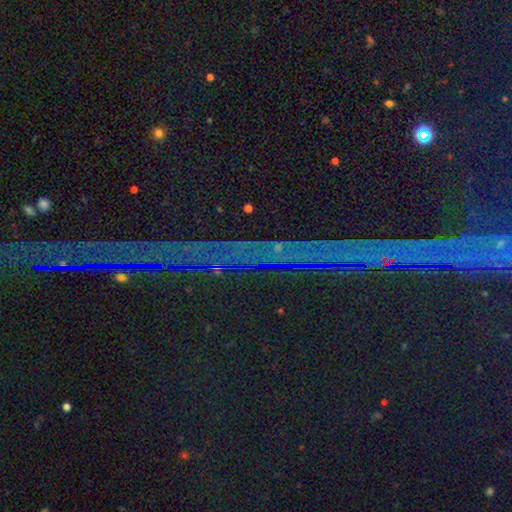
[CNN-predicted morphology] star or artifact 88%, featured or disk 6%, smooth 6%.